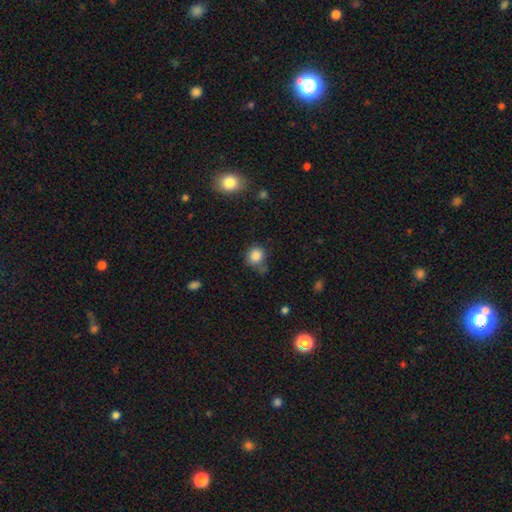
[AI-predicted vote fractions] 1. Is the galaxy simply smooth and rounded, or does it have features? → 85% smooth, 10% star or artifact, 5% featured or disk.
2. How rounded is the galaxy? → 83% round, 16% in between, 1% cigar-shaped.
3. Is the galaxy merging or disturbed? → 63% none, 21% minor disturbance, 9% merger, 7% major disturbance.